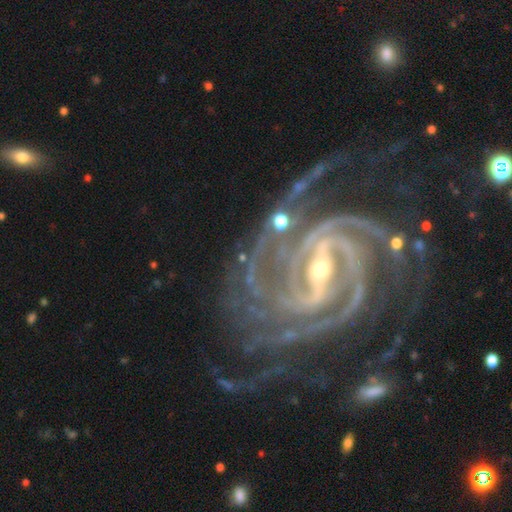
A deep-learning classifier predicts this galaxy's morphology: This appears to be a featured or disk galaxy (94%) with a strong bar (60%), 4 (28%) tight (69%) spiral arms (99%) and a small central bulge (63%). Merging: none (65%).